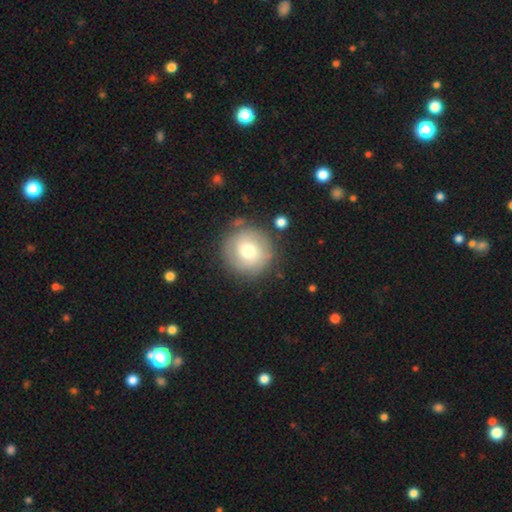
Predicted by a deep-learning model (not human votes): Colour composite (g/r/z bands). It shows a smooth galaxy with no disk features (61%) that is round (95%). Merging: none (79%).